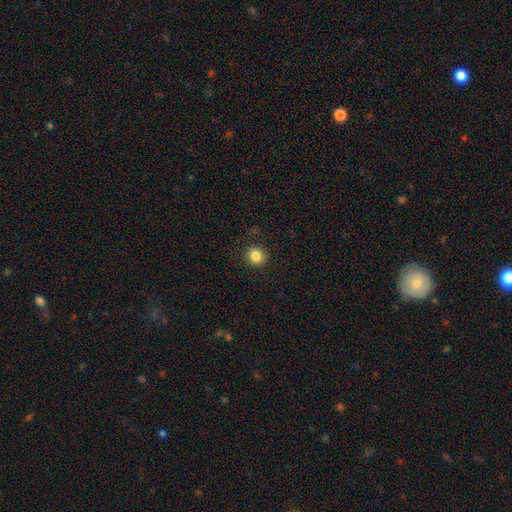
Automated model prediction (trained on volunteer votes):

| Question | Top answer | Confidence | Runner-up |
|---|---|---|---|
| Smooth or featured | smooth | 85% | star or artifact (11%) |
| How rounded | round | 84% | in between (15%) |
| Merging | none | 88% | minor disturbance (8%) |